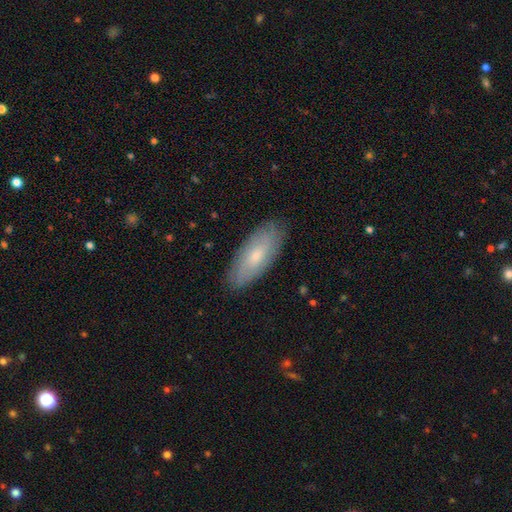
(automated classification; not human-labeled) This appears to be a smooth galaxy with no disk features (59%) that is in between round and cigar-shaped (77%). Merging: none (85%).